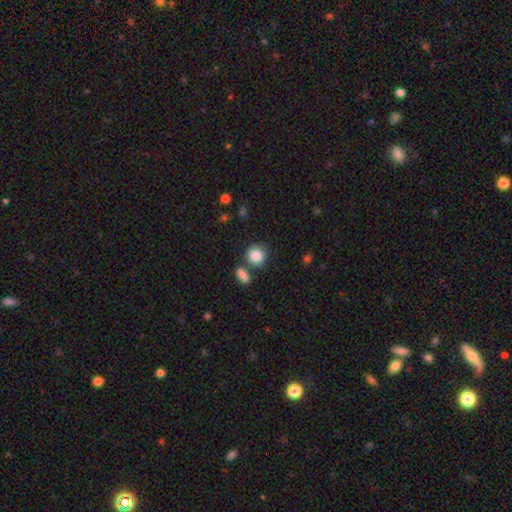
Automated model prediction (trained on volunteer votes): Smooth or featured? Predicted: smooth (p=0.87). How rounded? Predicted: round (p=0.80). Merging? Predicted: none (p=0.65).